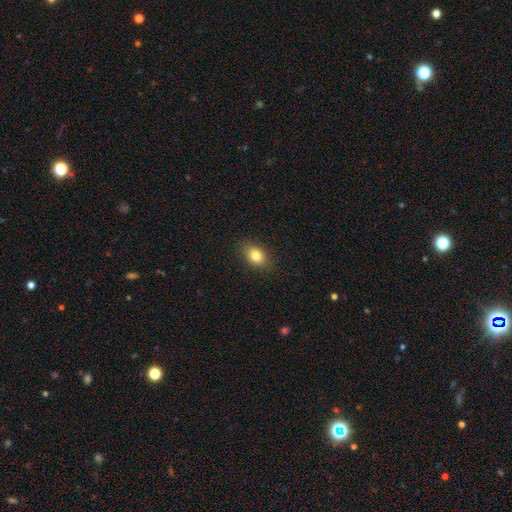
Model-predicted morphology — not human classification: smooth_or_featured: smooth (p=0.82) [alt: star or artifact p=0.09]
how_rounded: in between (p=0.79) [alt: round p=0.19]
merging: none (p=0.87) [alt: minor disturbance p=0.10]